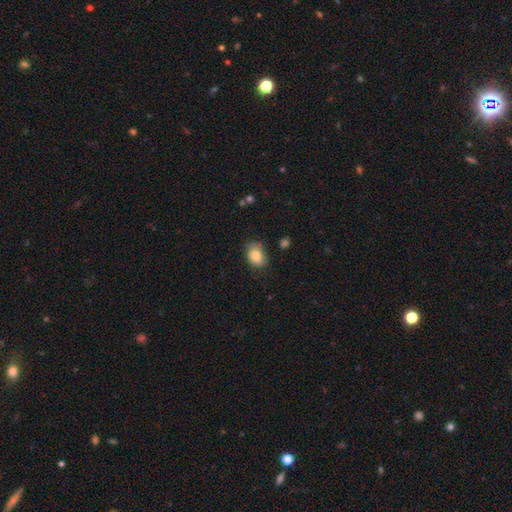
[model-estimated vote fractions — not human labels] A smooth galaxy with no disk features (81%) that is in between round and cigar-shaped (74%).

Vote fractions:
- Smooth or featured? smooth: 81% / featured or disk: 11% / star or artifact: 8%
- How rounded? in between: 74% / round: 25% / cigar-shaped: 1%
- Merging? none: 69% / minor disturbance: 24% / major disturbance: 5% / merger: 2%